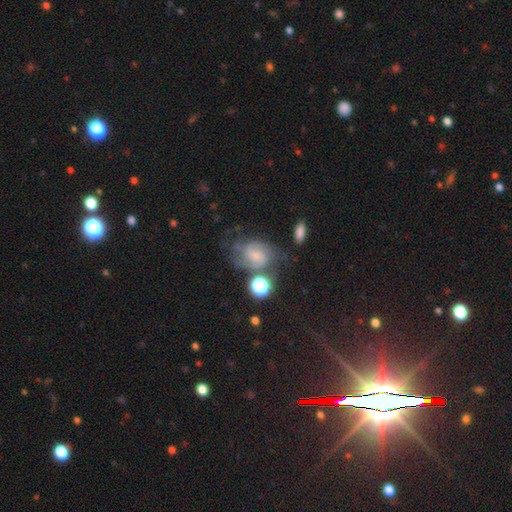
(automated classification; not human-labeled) Overall: featured or disk (62%; smooth 26%). Edge-on disk: no (97%). Bar: no (59%; weak 35%). Spiral arms: yes (88%). Spiral arm count: 2 (44%; can't tell 30%). Spiral winding: medium (45%; tight 37%). Bulge size: small (47%; moderate 25%). Merging: none (46%; minor disturbance 23%).